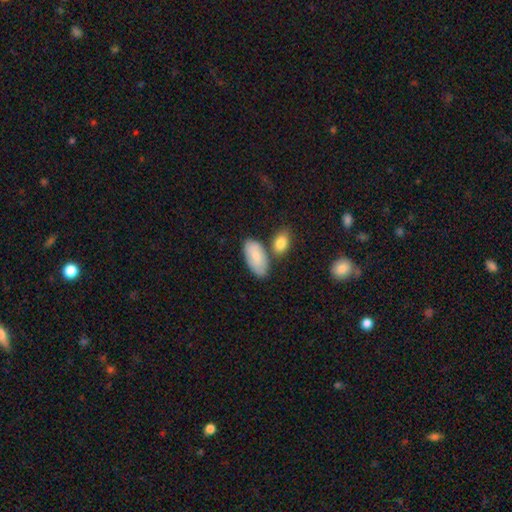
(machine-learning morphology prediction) Q: Smooth or featured?
A: smooth (76%); runner-up: featured or disk (18%)
Q: How rounded?
A: in between (94%); runner-up: cigar-shaped (3%)
Q: Merging?
A: none (58%); runner-up: merger (20%)